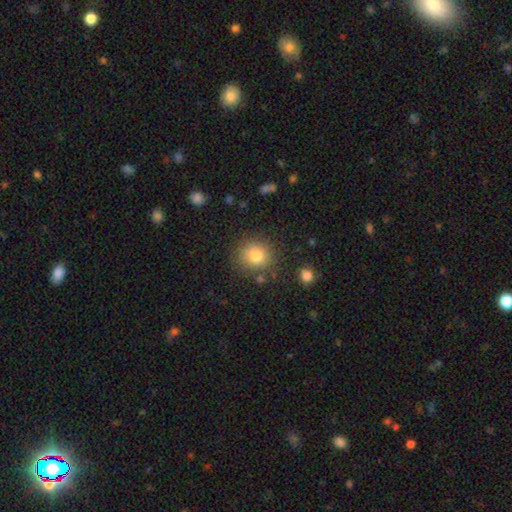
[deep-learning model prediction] Q: Smooth or featured?
A: smooth (80%); runner-up: star or artifact (11%)
Q: How rounded?
A: round (86%); runner-up: in between (13%)
Q: Merging?
A: none (83%); runner-up: minor disturbance (10%)